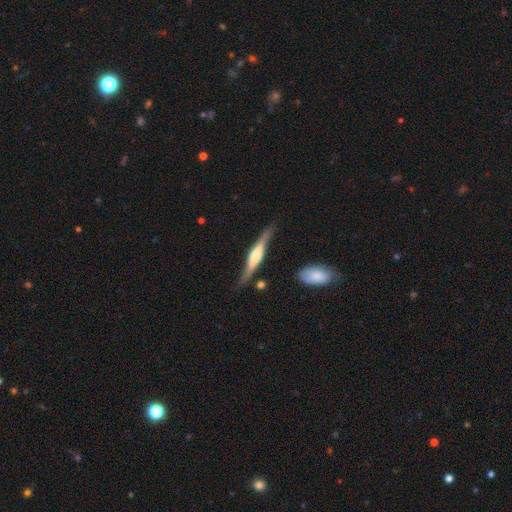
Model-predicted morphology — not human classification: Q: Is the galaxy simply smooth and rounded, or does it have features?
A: featured or disk — 71%.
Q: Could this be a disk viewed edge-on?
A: yes — 94%.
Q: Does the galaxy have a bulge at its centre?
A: rounded — 60%.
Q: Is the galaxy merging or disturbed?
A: none — 74%.